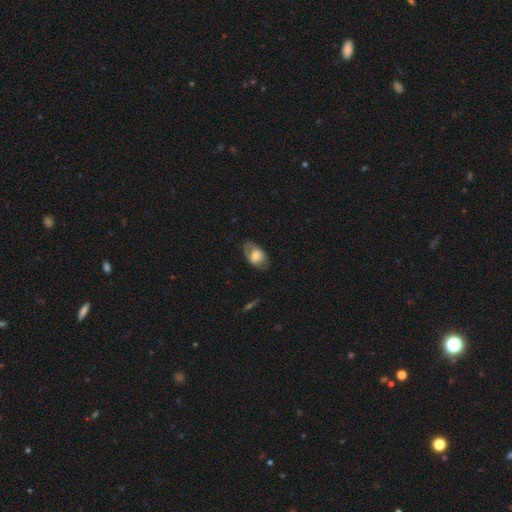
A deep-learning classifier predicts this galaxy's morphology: This is possibly a smooth galaxy (53%). How rounded: clearly in between (86%). Merging: likely none (68%).